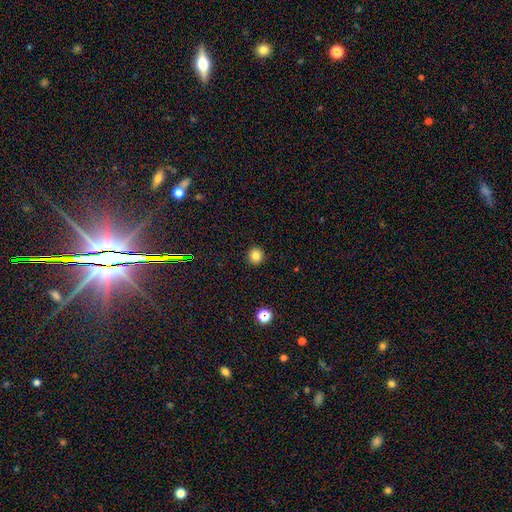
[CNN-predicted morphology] smooth-or-featured: smooth: 83% | star or artifact: 12% | featured or disk: 5%
  how-rounded: round: 94% | in between: 5% | cigar-shaped: 1%
  merging: none: 93% | minor disturbance: 4% | major disturbance: 2% | merger: 1%